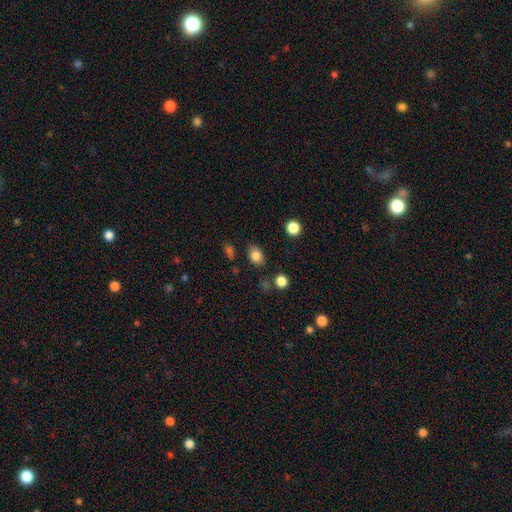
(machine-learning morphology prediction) A smooth galaxy with no disk features (83%) that is in between round and cigar-shaped (74%).

Vote fractions:
- Smooth or featured? smooth: 83% / star or artifact: 10% / featured or disk: 7%
- How rounded? in between: 74% / round: 25% / cigar-shaped: 1%
- Merging? none: 81% / minor disturbance: 12% / merger: 4% / major disturbance: 3%